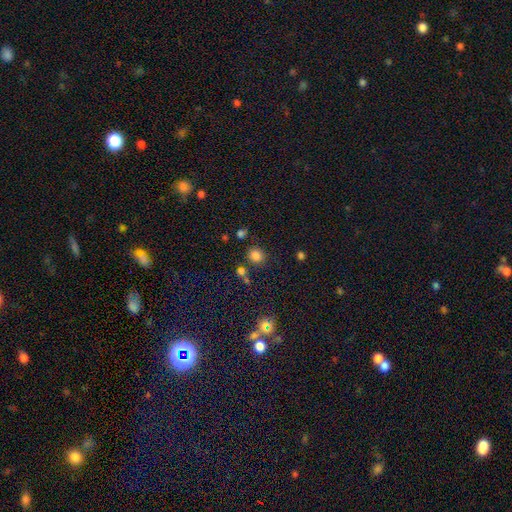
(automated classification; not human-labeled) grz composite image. It shows a smooth galaxy with no disk features (79%) that is round (78%). Merging: none (78%).